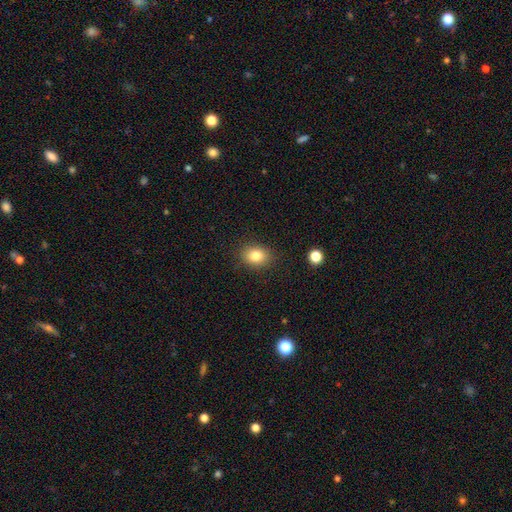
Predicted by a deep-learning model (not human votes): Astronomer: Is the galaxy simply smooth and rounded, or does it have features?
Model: smooth — 82%.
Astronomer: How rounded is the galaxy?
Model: in between — 56% (runner-up: round, 43%).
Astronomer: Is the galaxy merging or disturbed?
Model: none — 87%.